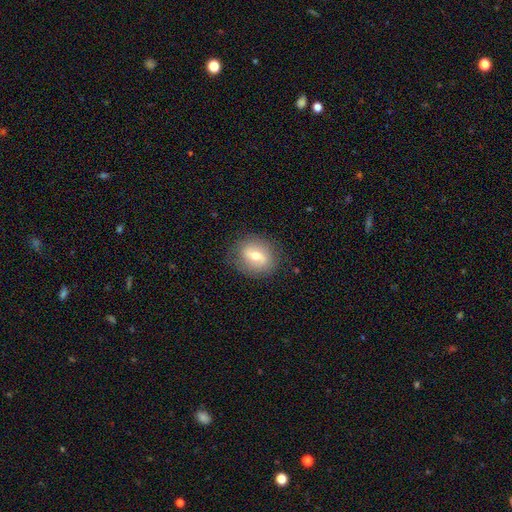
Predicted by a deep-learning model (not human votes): smooth-or-featured: smooth: 51% | featured or disk: 40% | star or artifact: 9%
  how-rounded: round: 62% | in between: 36% | cigar-shaped: 2%
  merging: none: 82% | minor disturbance: 13% | major disturbance: 4% | merger: 1%